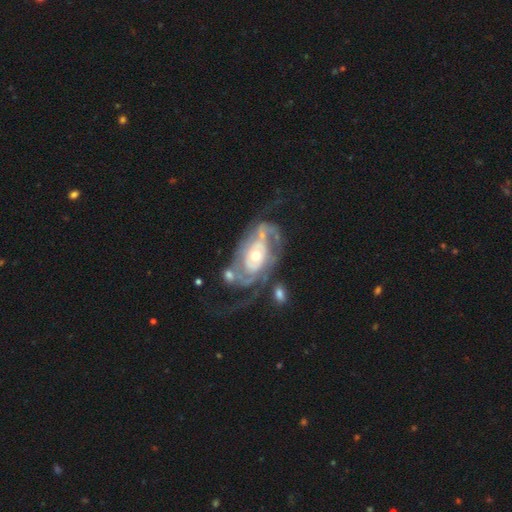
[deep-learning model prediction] Q: Smooth or featured?
A: featured or disk (87%); runner-up: smooth (8%)
Q: Edge-on disk?
A: no (96%); runner-up: yes (4%)
Q: Bar?
A: no (72%); runner-up: weak (19%)
Q: Spiral arms?
A: yes (88%); runner-up: no (12%)
Q: Spiral winding?
A: tight (52%); runner-up: medium (32%)
Q: Spiral arm count?
A: 2 (48%); runner-up: can't tell (27%)
Q: Bulge size?
A: moderate (60%); runner-up: small (33%)
Q: Merging?
A: none (40%); runner-up: major disturbance (30%)